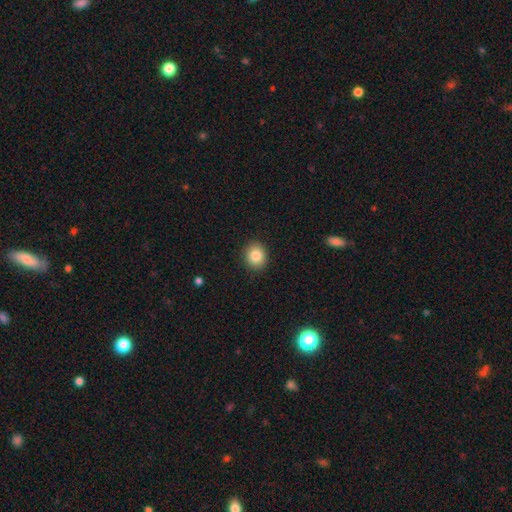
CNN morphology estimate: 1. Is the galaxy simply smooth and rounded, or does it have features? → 84% smooth, 9% star or artifact, 7% featured or disk.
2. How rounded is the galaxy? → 78% round, 22% in between, 1% cigar-shaped.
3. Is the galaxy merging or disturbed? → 91% none, 7% minor disturbance, 2% major disturbance, 1% merger.